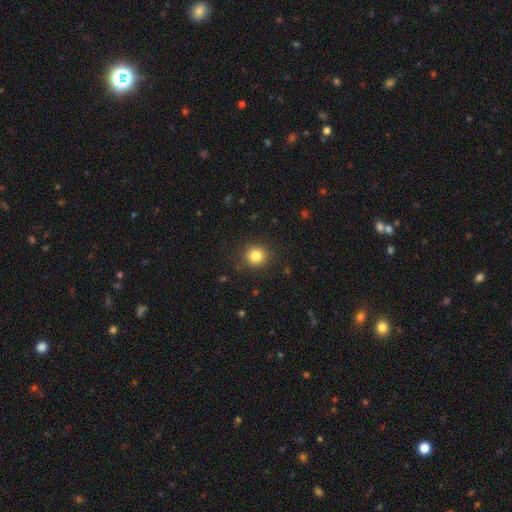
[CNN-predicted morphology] This is clearly a smooth galaxy (83%). How rounded: clearly round (88%). Merging: clearly none (89%).